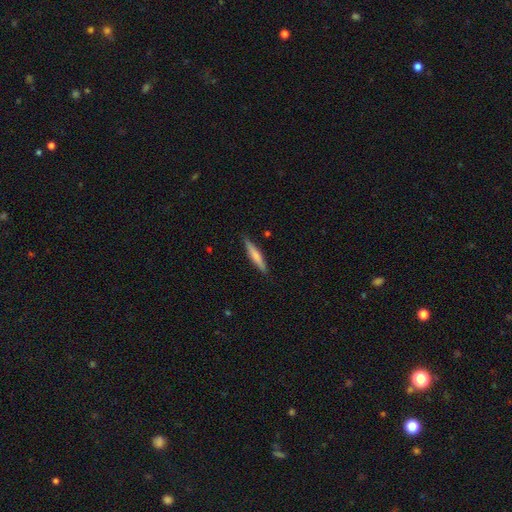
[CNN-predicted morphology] smooth_or_featured: smooth (p=0.63) [alt: featured or disk p=0.32]
how_rounded: cigar-shaped (p=0.92) [alt: in between p=0.07]
merging: none (p=0.89) [alt: minor disturbance p=0.08]